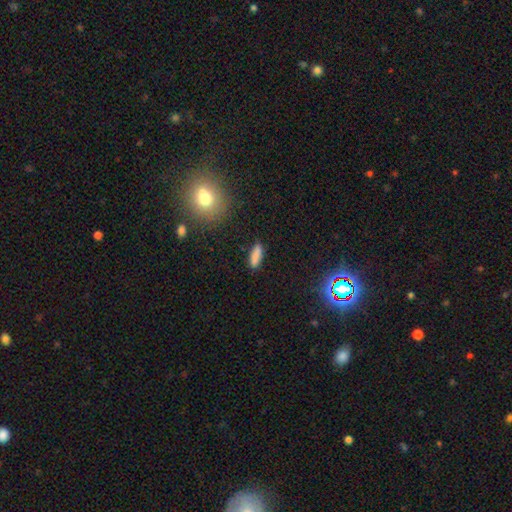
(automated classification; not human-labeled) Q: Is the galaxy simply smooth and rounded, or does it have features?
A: smooth — 85%.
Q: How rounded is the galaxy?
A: cigar-shaped — 54%.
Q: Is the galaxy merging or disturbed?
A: none — 85%.